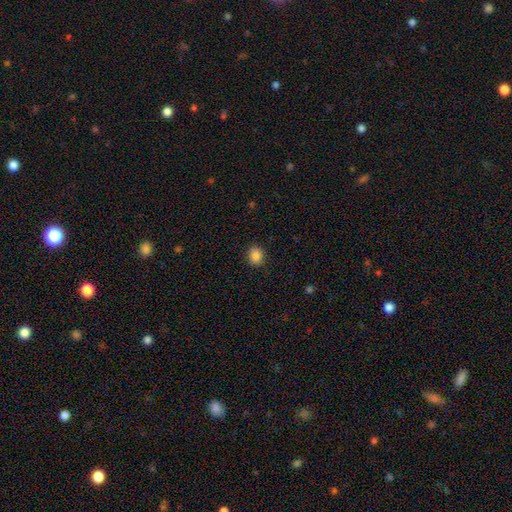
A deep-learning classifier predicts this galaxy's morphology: Q: Smooth or featured?
A: smooth (86%); runner-up: star or artifact (10%)
Q: How rounded?
A: round (65%); runner-up: in between (34%)
Q: Merging?
A: none (89%); runner-up: minor disturbance (8%)